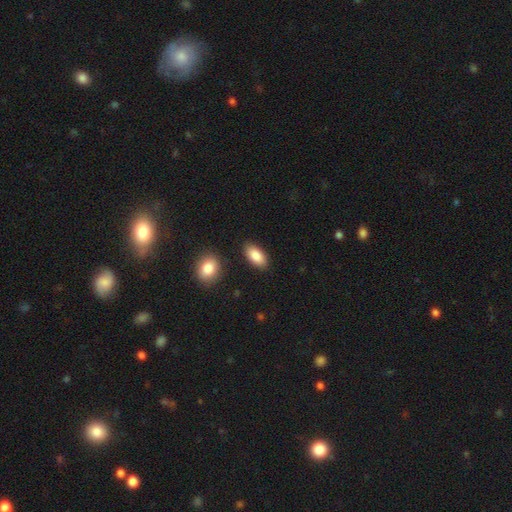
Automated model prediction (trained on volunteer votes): Smooth or featured? Predicted: smooth (p=0.88). How rounded? Predicted: in between (p=0.93). Merging? Predicted: none (p=0.87).